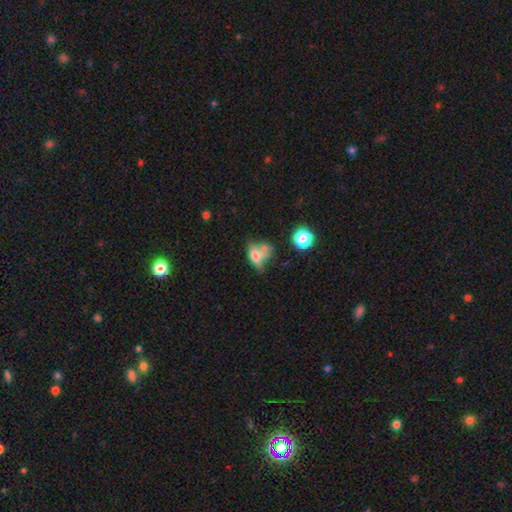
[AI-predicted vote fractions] smooth_or_featured: smooth (p=0.54) [alt: featured or disk p=0.32]
how_rounded: in between (p=0.66) [alt: round p=0.21]
merging: merger (p=0.36) [alt: none p=0.31]